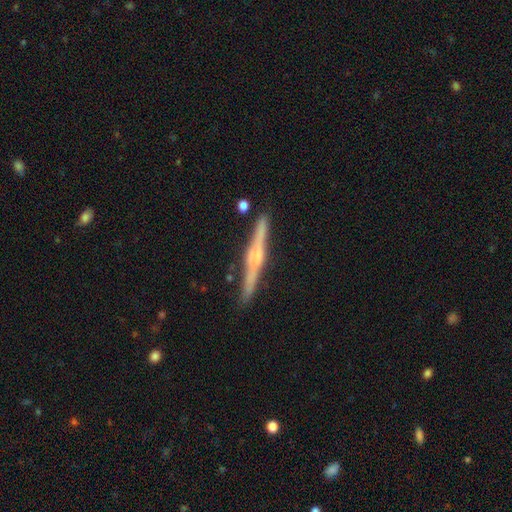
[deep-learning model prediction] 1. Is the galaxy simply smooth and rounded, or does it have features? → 78% featured or disk, 17% smooth, 6% star or artifact.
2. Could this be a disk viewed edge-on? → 98% yes, 2% no.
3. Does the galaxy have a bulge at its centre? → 69% rounded, 19% boxy, 12% none.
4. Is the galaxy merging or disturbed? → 88% none, 8% minor disturbance, 2% merger, 2% major disturbance.